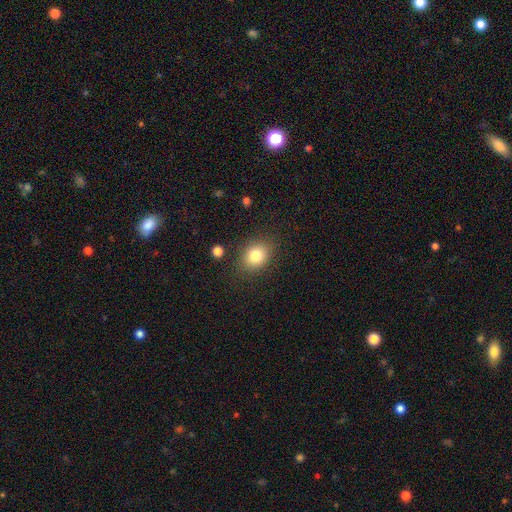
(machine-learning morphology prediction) A smooth galaxy with no disk features (81%) that is in between round and cigar-shaped (53%). Merging: none (83%).